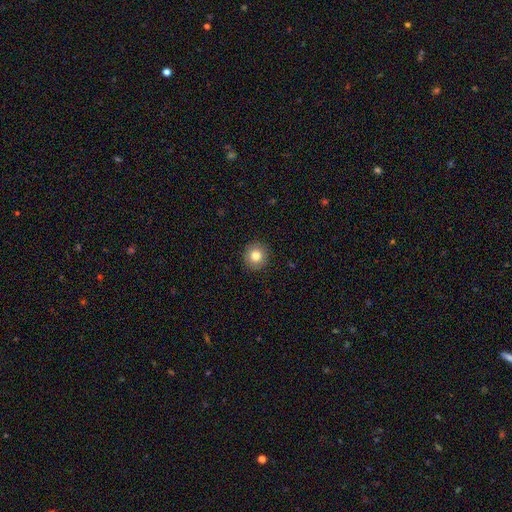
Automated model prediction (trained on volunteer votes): Smooth or featured: smooth — 81% (star or artifact — 10%)
How rounded: round — 90% (in between — 9%)
Merging: none — 91% (minor disturbance — 6%)